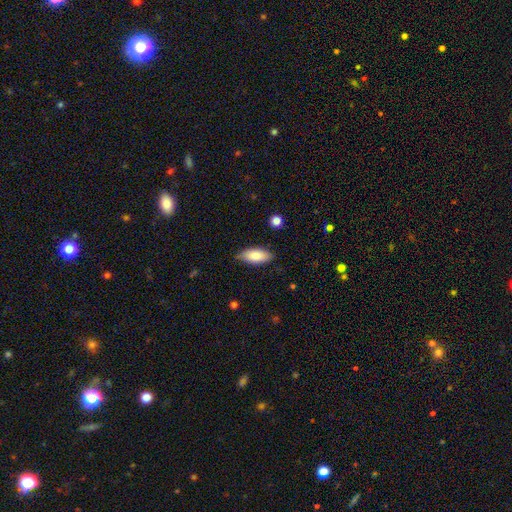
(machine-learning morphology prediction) Smooth or featured? Predicted: smooth (p=0.86). How rounded? Predicted: in between (p=0.87). Merging? Predicted: none (p=0.82).